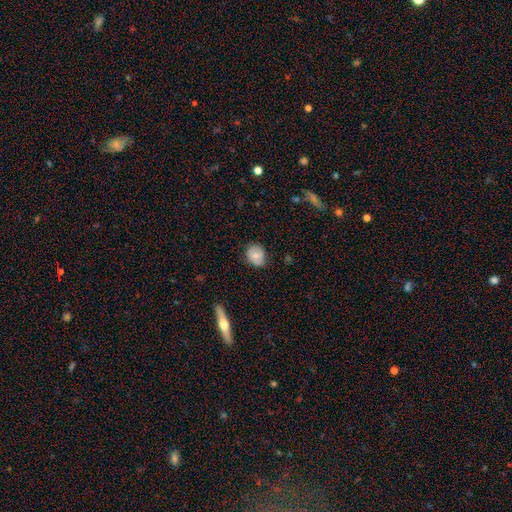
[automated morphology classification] Overall: smooth (74%). How rounded: round (64%; in between 34%). Merging: none (75%).